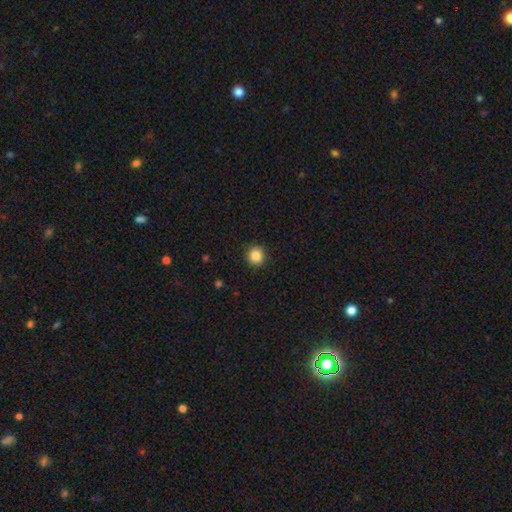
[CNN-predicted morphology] The model was most divided on "smooth or featured": smooth: 86%, star or artifact: 10%, featured or disk: 4%. More confident: how rounded — round (91%); merging — none (91%).